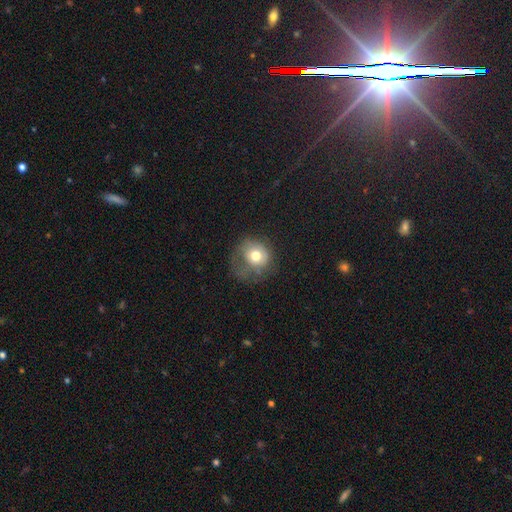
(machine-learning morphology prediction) smooth 65%, featured or disk 26%, star or artifact 10%. Down the decision tree: how rounded — round (76%); merging — major disturbance (39%).